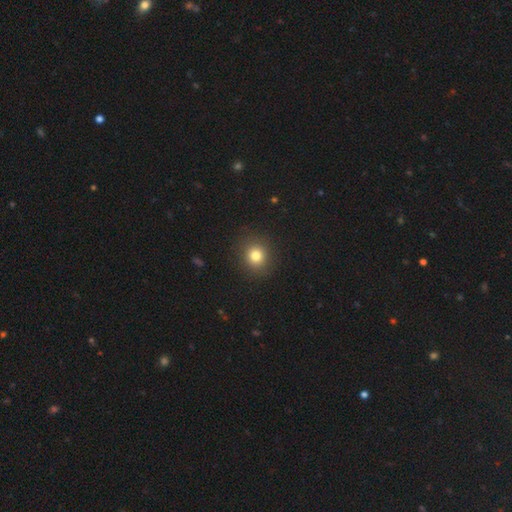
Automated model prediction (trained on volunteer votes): smooth 80%, star or artifact 13%, featured or disk 7%. Down the decision tree: how rounded — round (84%); merging — none (90%).